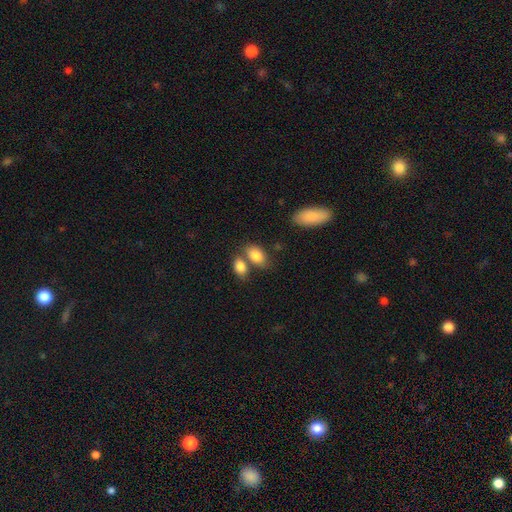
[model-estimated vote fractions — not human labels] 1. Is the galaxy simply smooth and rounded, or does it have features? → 85% smooth, 8% featured or disk, 7% star or artifact.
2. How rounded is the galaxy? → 88% in between, 10% round, 2% cigar-shaped.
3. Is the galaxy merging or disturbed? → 49% none, 34% merger, 13% minor disturbance, 5% major disturbance.